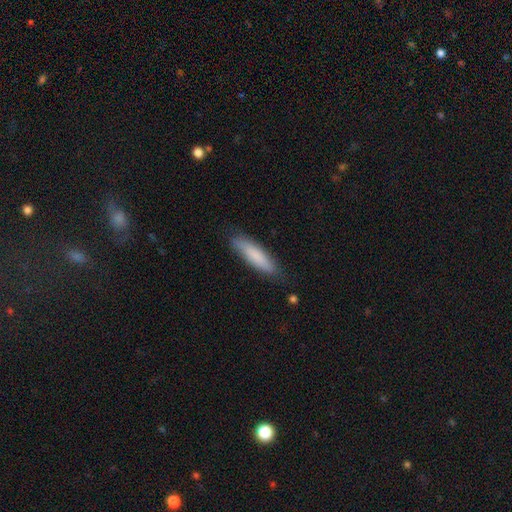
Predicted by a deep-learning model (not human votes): Overall: smooth (81%). How rounded: cigar-shaped (74%). Merging: none (82%).